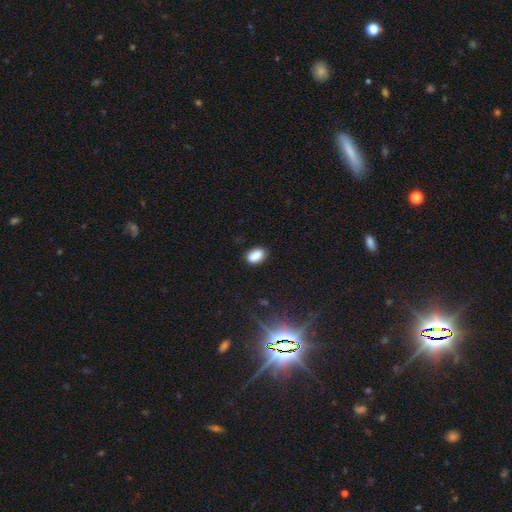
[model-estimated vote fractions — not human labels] Smooth or featured?
  - smooth: 84% *
  - star or artifact: 10%
  - featured or disk: 6%
How rounded?
  - in between: 89% *
  - round: 8%
  - cigar-shaped: 3%
Merging?
  - none: 76% *
  - minor disturbance: 16%
  - merger: 4%
  - major disturbance: 3%